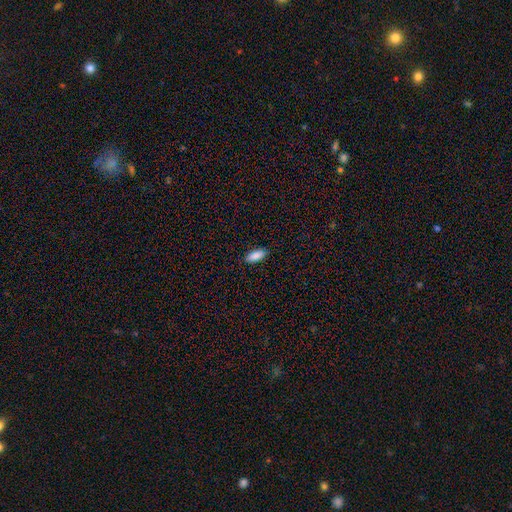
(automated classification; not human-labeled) A smooth galaxy with no disk features (88%) that is in between round and cigar-shaped (80%).

Vote fractions:
- Smooth or featured? smooth: 88% / star or artifact: 7% / featured or disk: 6%
- How rounded? in between: 80% / cigar-shaped: 18% / round: 2%
- Merging? none: 88% / minor disturbance: 9% / major disturbance: 2% / merger: 1%